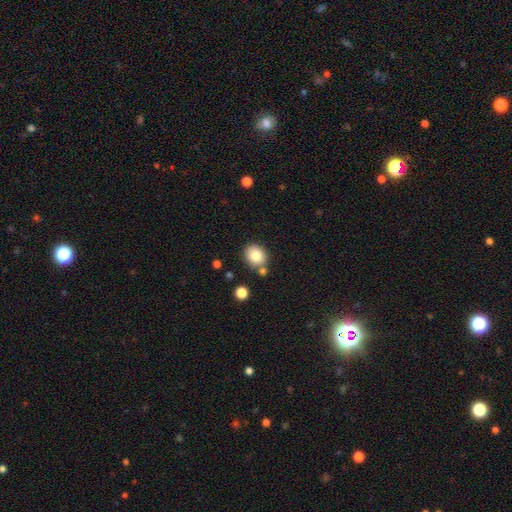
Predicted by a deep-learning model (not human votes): Morphology: type=smooth (81%); roundness=round (68%); merging=none (72%).